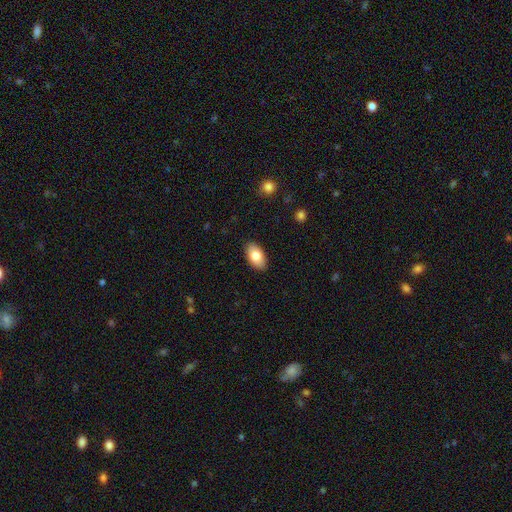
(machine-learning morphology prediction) Smooth or featured?
  - smooth: 80% *
  - featured or disk: 13%
  - star or artifact: 7%
How rounded?
  - in between: 94% *
  - round: 4%
  - cigar-shaped: 2%
Merging?
  - none: 89% *
  - minor disturbance: 8%
  - major disturbance: 2%
  - merger: 1%